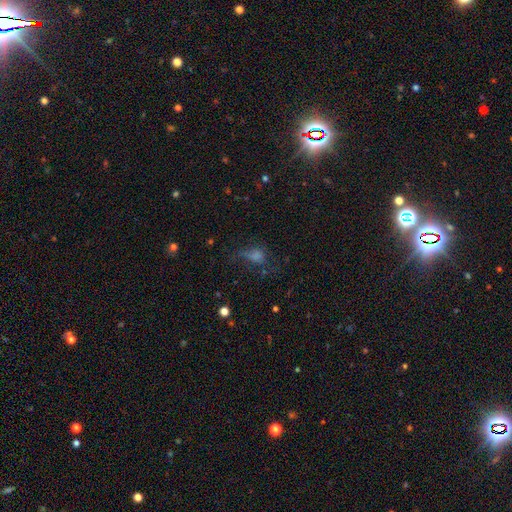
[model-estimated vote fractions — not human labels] smooth_or_featured: smooth (p=0.41) [alt: star or artifact p=0.34]
merging: none (p=0.46) [alt: major disturbance p=0.29]